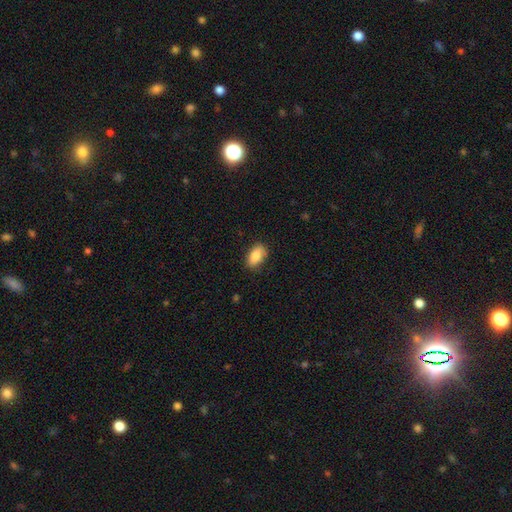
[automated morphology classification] Smooth or featured? smooth (85%)
How rounded? in between (91%)
Merging? none (84%)